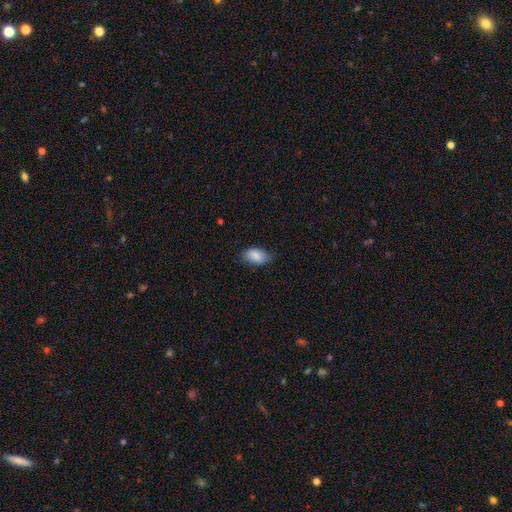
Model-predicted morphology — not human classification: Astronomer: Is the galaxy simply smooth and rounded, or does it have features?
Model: smooth — 84%.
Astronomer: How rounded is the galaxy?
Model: in between — 92%.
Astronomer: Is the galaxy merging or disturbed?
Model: none — 74%.